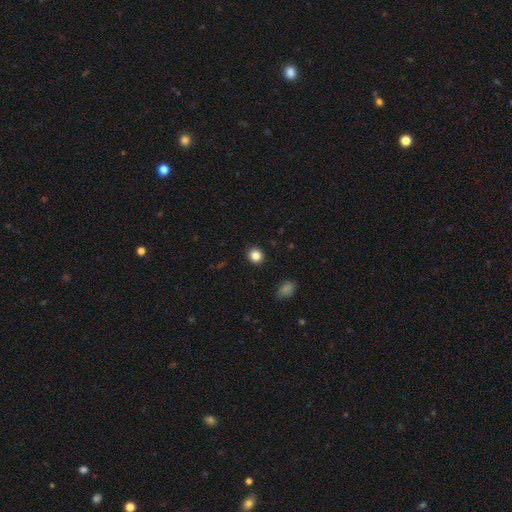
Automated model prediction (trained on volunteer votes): Overall: smooth (84%). How rounded: round (84%). Merging: none (91%).